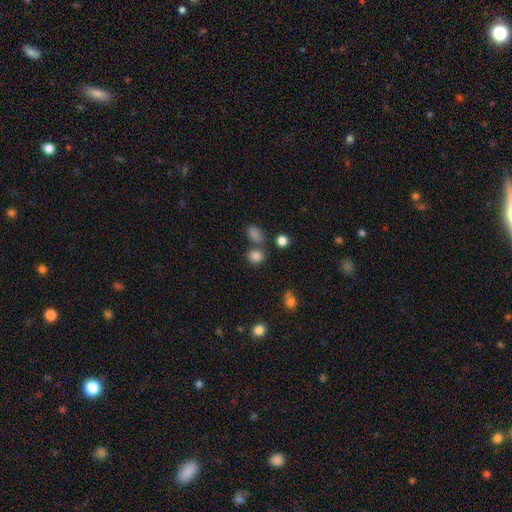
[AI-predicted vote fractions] smooth_or_featured: smooth (p=0.81) [alt: star or artifact p=0.14]
how_rounded: round (p=0.69) [alt: in between p=0.30]
merging: none (p=0.63) [alt: merger p=0.22]